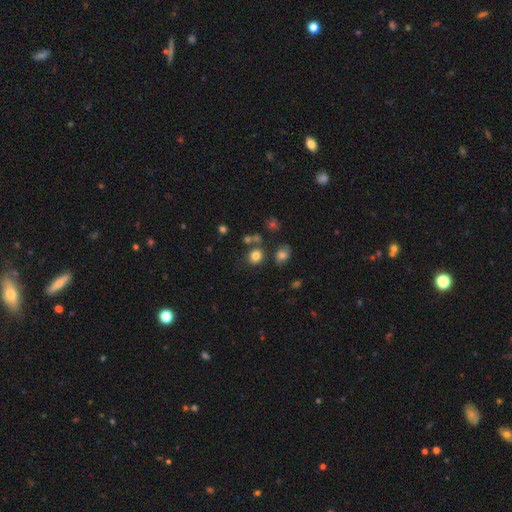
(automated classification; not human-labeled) This is likely a smooth galaxy (79%). How rounded: likely round (77%). Merging: likely none (72%).